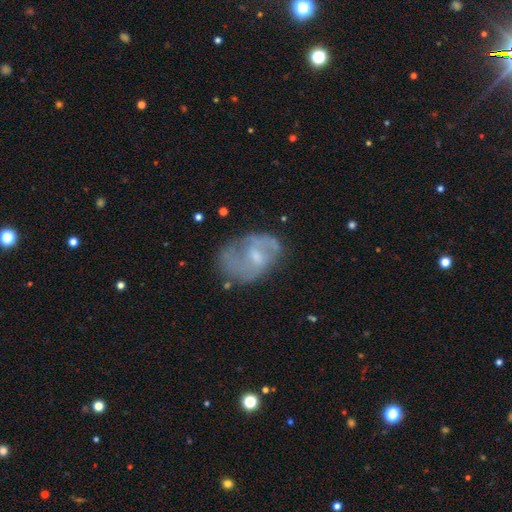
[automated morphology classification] This is likely a featured or disk galaxy (68%). It is clearly not viewed edge-on (97%). Bar: possibly weak (51%). Spiral arm pattern: likely yes (77%). Spiral arm count: likely 2 (64%). Spiral winding: marginally medium (44%). Central bulge: possibly small (48%). Merging: possibly none (58%).